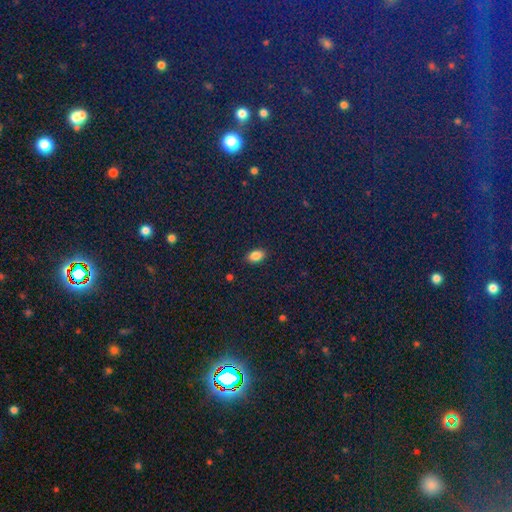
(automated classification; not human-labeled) This appears to be a smooth galaxy with no disk features (86%) that is in between round and cigar-shaped (90%). Merging: none (88%).